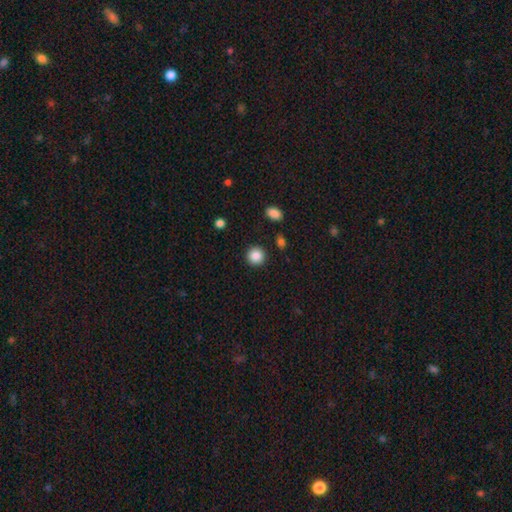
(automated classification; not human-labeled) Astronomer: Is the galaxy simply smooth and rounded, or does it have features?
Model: smooth — 87%.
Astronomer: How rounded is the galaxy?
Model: round — 94%.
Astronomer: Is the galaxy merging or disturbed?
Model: none — 92%.